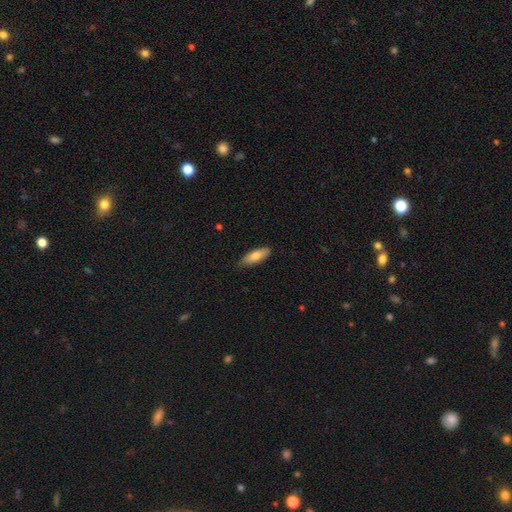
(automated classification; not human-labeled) smooth 80%, featured or disk 14%, star or artifact 6%. Down the decision tree: how rounded — in between (59%); merging — none (82%).